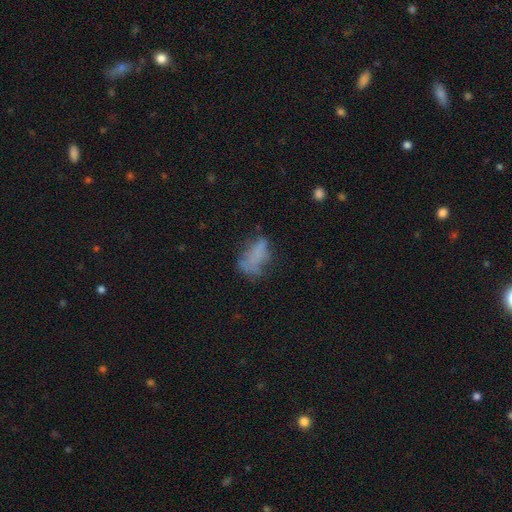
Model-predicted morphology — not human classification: A smooth galaxy with no disk features (54%) that is in between round and cigar-shaped (85%).

Vote fractions:
- Smooth or featured? smooth: 54% / featured or disk: 29% / star or artifact: 16%
- How rounded? in between: 85% / round: 8% / cigar-shaped: 7%
- Merging? none: 35% / major disturbance: 33% / minor disturbance: 27% / merger: 5%